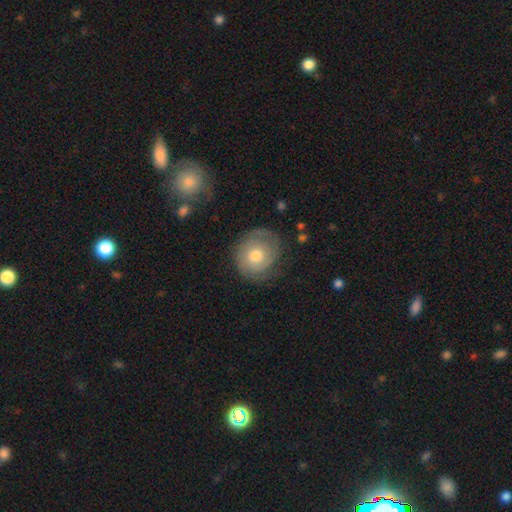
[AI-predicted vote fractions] The model was most divided on "smooth or featured": featured or disk: 50%, smooth: 43%, star or artifact: 7%. More confident: merging — none (70%).